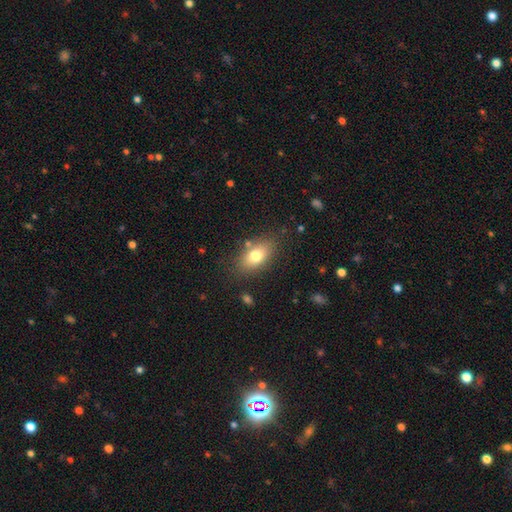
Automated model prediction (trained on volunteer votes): Smooth or featured?
  - smooth: 75% *
  - featured or disk: 16%
  - star or artifact: 9%
How rounded?
  - in between: 86% *
  - round: 9%
  - cigar-shaped: 4%
Merging?
  - none: 79% *
  - minor disturbance: 13%
  - major disturbance: 4%
  - merger: 4%